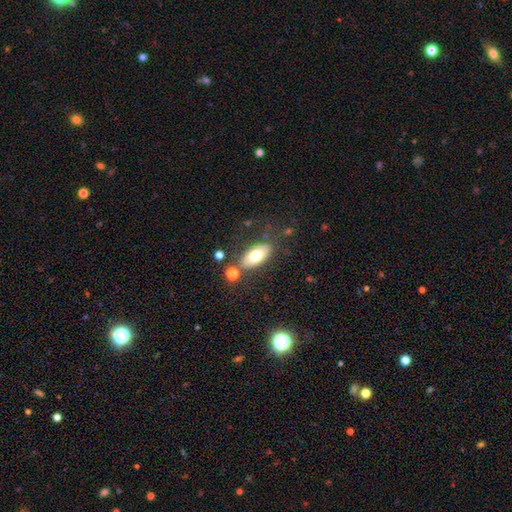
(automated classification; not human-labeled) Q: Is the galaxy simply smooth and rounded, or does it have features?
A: smooth — 71%.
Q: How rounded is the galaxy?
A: in between — 87%.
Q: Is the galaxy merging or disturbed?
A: none — 75%.